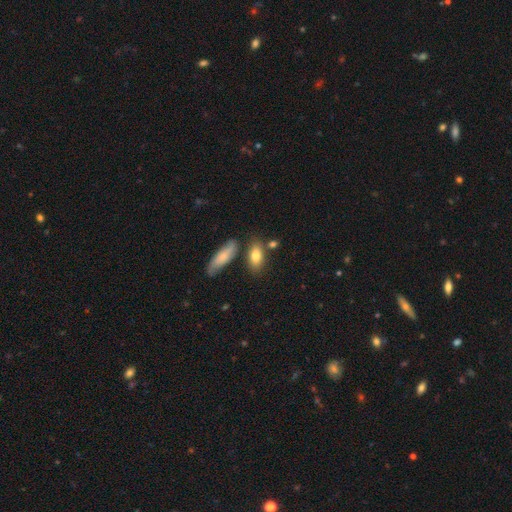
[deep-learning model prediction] Overall: smooth (78%). How rounded: in between (82%). Merging: none (69%).